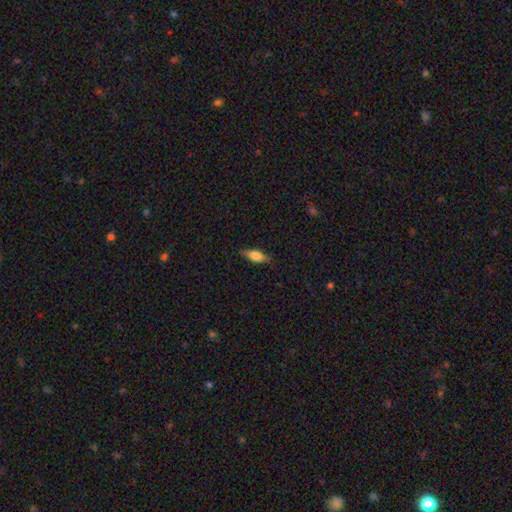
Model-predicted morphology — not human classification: A smooth galaxy with no disk features (65%) that is in between round and cigar-shaped (66%). Merging: none (82%).